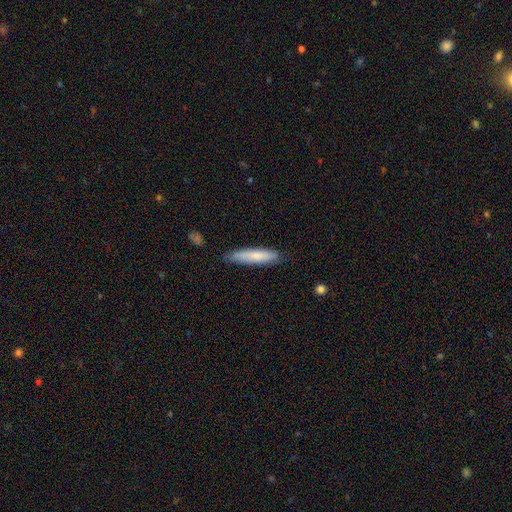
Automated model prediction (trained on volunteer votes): smooth_or_featured: smooth (p=0.78) [alt: featured or disk p=0.17]
how_rounded: cigar-shaped (p=0.86) [alt: in between p=0.13]
merging: none (p=0.82) [alt: minor disturbance p=0.14]